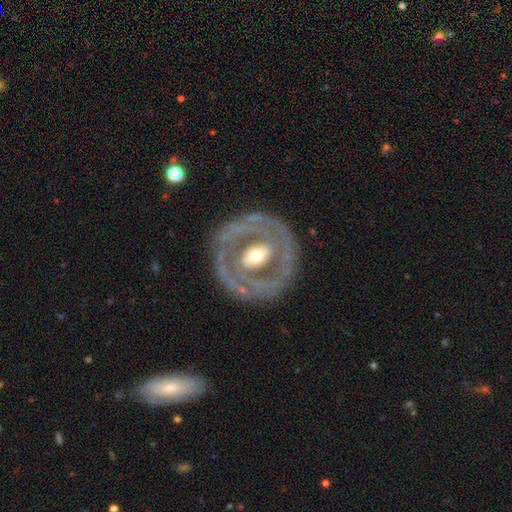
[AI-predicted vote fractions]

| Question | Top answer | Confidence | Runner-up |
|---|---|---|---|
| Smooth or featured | featured or disk | 68% | smooth (23%) |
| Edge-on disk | no | 88% | yes (12%) |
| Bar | no | 59% | weak (21%) |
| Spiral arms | no | 81% | yes (19%) |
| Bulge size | moderate | 71% | small (15%) |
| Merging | none | 82% | minor disturbance (10%) |